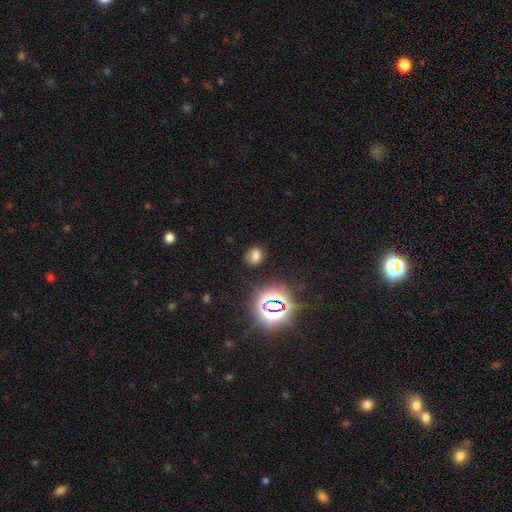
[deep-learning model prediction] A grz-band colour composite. It shows a smooth galaxy with no disk features (62%) that is in between round and cigar-shaped (60%). Merging: none (79%).